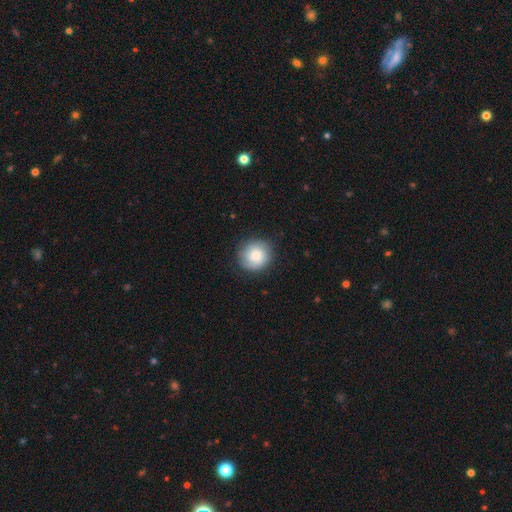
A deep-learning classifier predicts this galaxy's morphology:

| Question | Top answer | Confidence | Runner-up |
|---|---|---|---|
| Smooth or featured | smooth | 81% | featured or disk (11%) |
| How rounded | round | 91% | in between (8%) |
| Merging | none | 86% | minor disturbance (11%) |